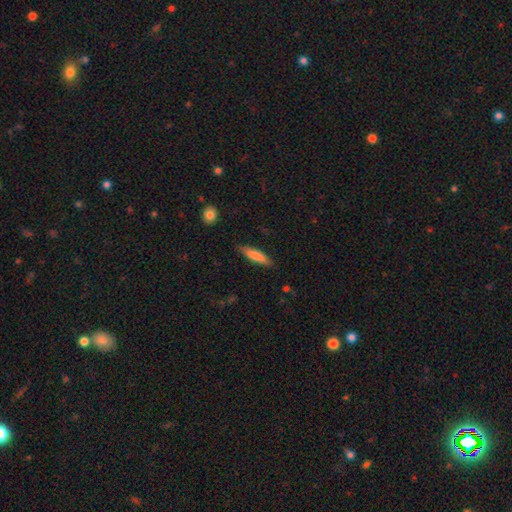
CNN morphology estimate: A smooth galaxy with no disk features (79%) that is cigar-shaped (81%). Merging: none (85%).